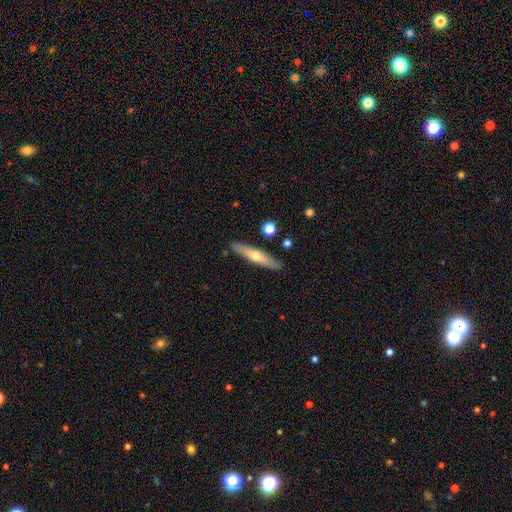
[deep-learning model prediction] This appears to be a featured or disk galaxy (49%). Merging: none (88%).